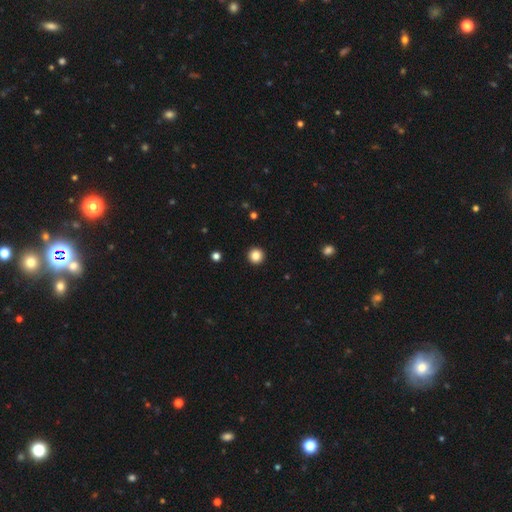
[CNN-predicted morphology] Q: Smooth or featured?
A: smooth (86%); runner-up: star or artifact (11%)
Q: How rounded?
A: round (96%); runner-up: in between (3%)
Q: Merging?
A: none (94%); runner-up: minor disturbance (4%)